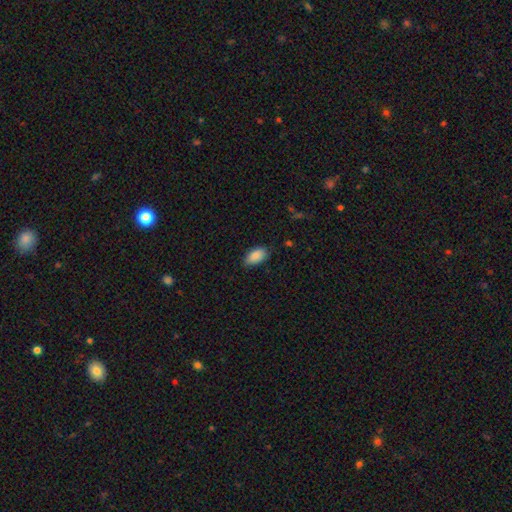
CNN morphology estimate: Smooth or featured? Predicted: smooth (p=0.88). How rounded? Predicted: in between (p=0.94). Merging? Predicted: none (p=0.82).